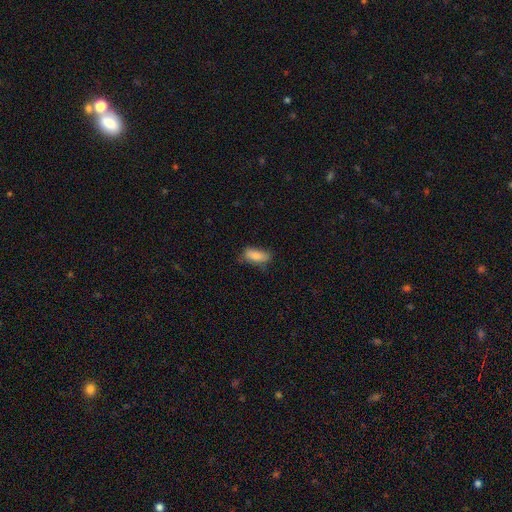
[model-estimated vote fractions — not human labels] Morphology: type=smooth (83%); roundness=in between (80%); merging=none (70%).